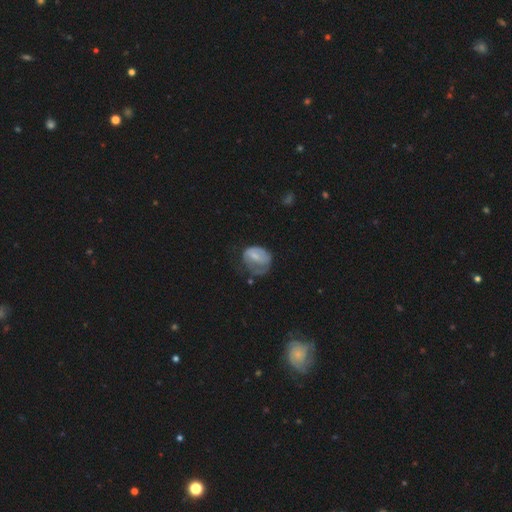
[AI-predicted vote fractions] Q: Smooth or featured?
A: smooth (54%); runner-up: featured or disk (38%)
Q: How rounded?
A: in between (51%); runner-up: round (47%)
Q: Merging?
A: major disturbance (36%); runner-up: none (32%)